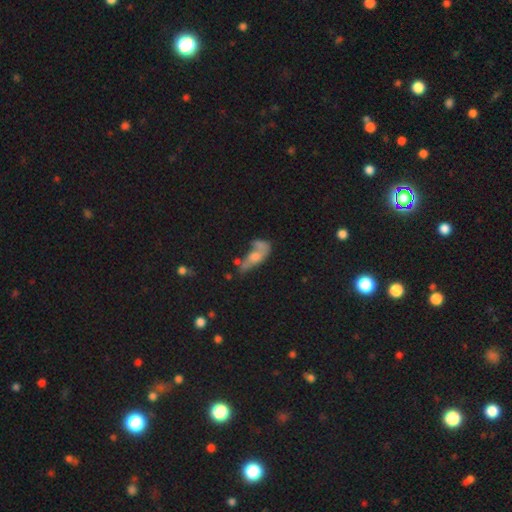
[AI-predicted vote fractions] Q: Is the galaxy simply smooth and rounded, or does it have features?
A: featured or disk — 44%, tied with smooth.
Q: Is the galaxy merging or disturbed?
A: major disturbance — 30%.